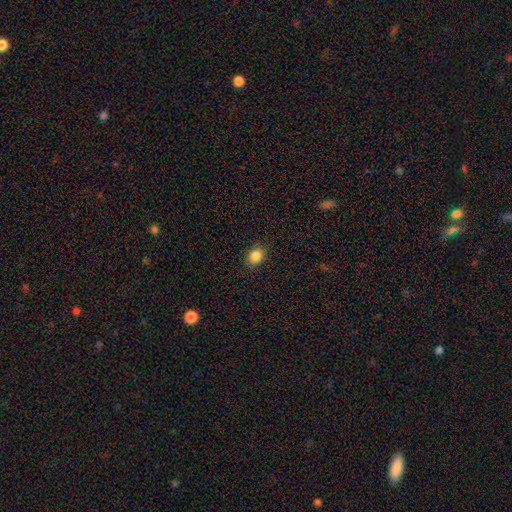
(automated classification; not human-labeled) Q: Smooth or featured?
A: smooth (86%); runner-up: star or artifact (10%)
Q: How rounded?
A: in between (54%); runner-up: round (45%)
Q: Merging?
A: none (88%); runner-up: minor disturbance (9%)